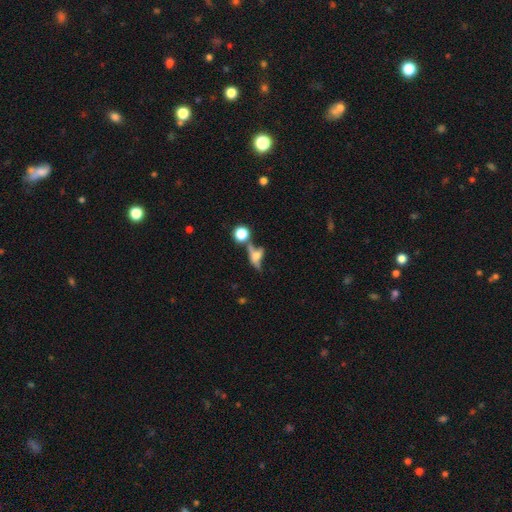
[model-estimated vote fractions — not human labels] Smooth or featured? Predicted: featured or disk (p=0.46). Merging? Predicted: none (p=0.42).